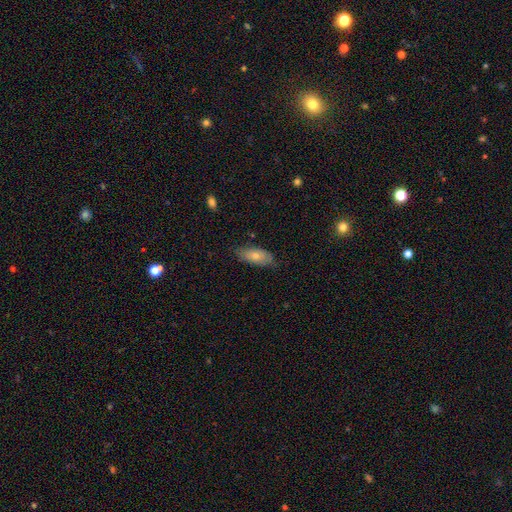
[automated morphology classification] smooth-or-featured: smooth: 71% | featured or disk: 22% | star or artifact: 6%
  how-rounded: in between: 86% | cigar-shaped: 12% | round: 3%
  merging: none: 74% | minor disturbance: 21% | major disturbance: 4% | merger: 1%